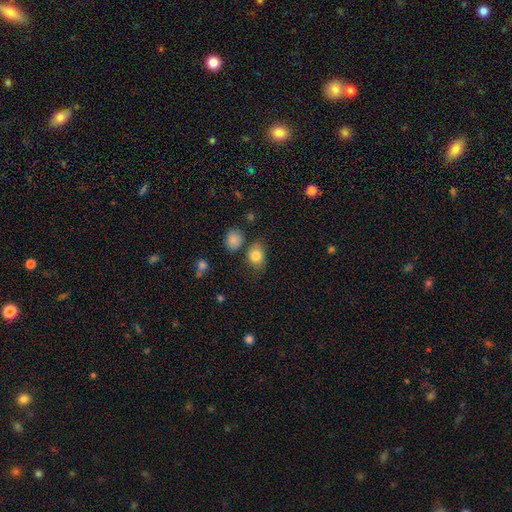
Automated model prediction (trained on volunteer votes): The model was most divided on "how rounded": in between: 51%, round: 48%, cigar-shaped: 1%. More confident: smooth or featured — smooth (83%); merging — none (68%).